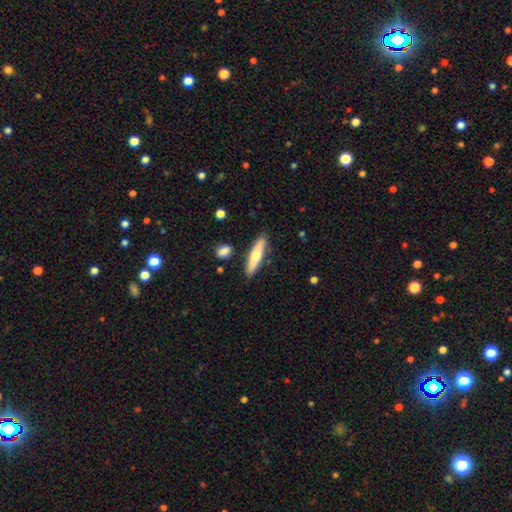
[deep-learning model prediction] Overall: smooth (54%; featured or disk 40%). How rounded: cigar-shaped (78%). Merging: none (85%).